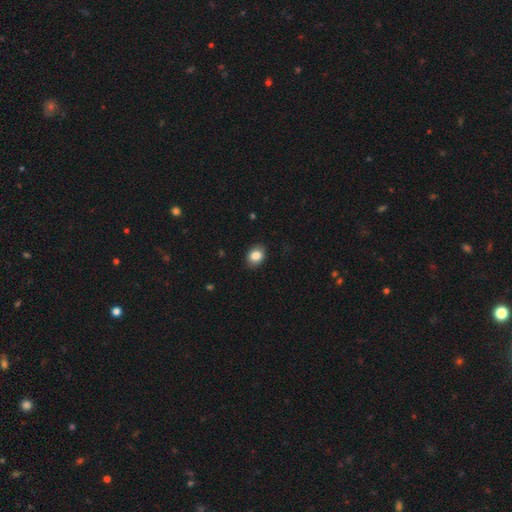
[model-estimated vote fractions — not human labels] Overall: smooth (84%). How rounded: in between (56%; round 43%). Merging: none (88%).